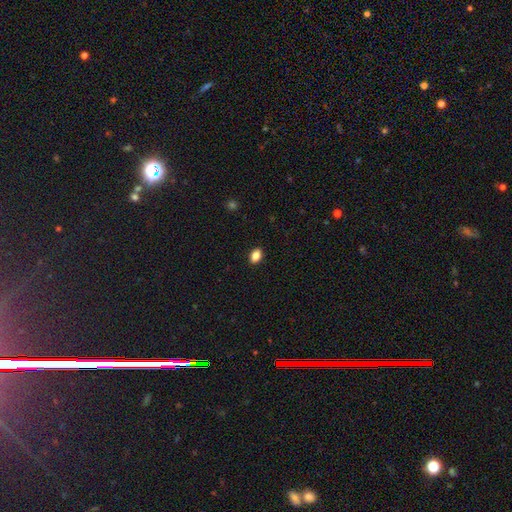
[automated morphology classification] Smooth or featured: smooth — 86% (star or artifact — 9%)
How rounded: in between — 85% (round — 13%)
Merging: none — 90% (minor disturbance — 7%)